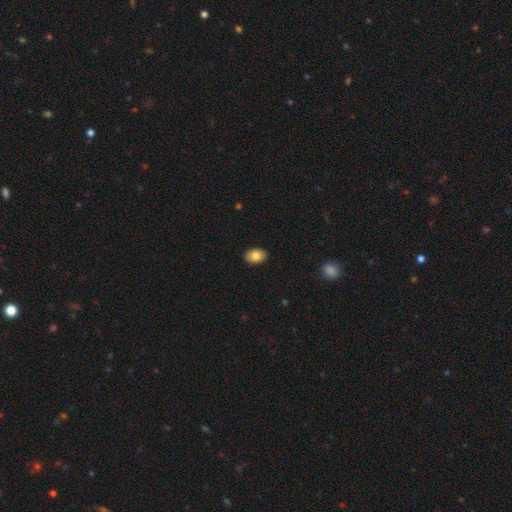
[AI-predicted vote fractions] smooth 82%, featured or disk 11%, star or artifact 7%. Down the decision tree: how rounded — in between (83%); merging — none (90%).